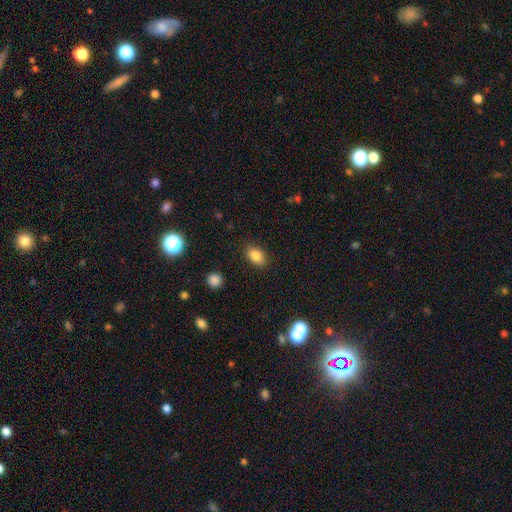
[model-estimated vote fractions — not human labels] Smooth or featured? smooth (84%)
How rounded? in between (84%)
Merging? none (87%)